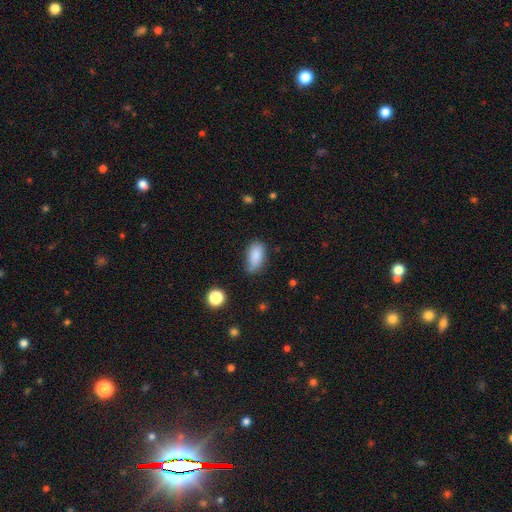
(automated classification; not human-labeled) The model was most divided on "merging": none: 60%, minor disturbance: 30%, major disturbance: 7%, merger: 3%. More confident: how rounded — in between (91%); smooth or featured — smooth (85%).